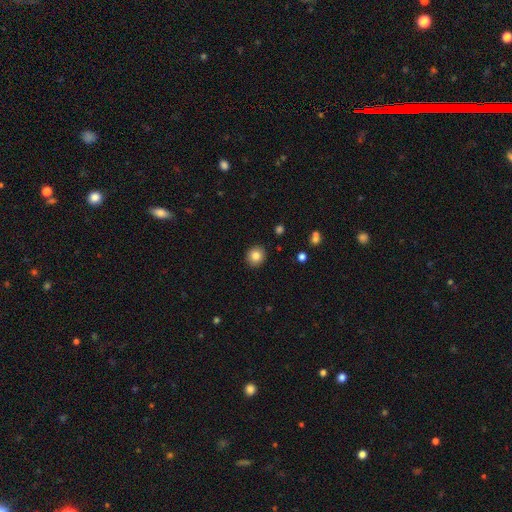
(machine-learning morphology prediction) smooth_or_featured: smooth (p=0.84) [alt: star or artifact p=0.10]
how_rounded: round (p=0.86) [alt: in between p=0.13]
merging: none (p=0.91) [alt: minor disturbance p=0.06]